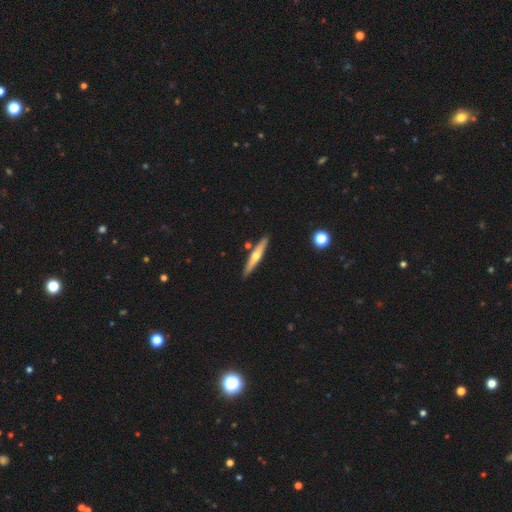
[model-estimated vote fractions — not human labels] Overall: featured or disk (55%; smooth 39%). Edge-on disk: yes (94%). Edge-on bulge: rounded (87%). Merging: none (87%).